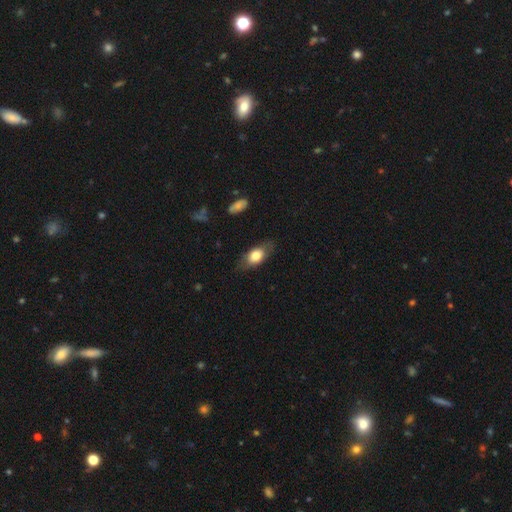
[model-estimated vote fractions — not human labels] A smooth galaxy with no disk features (72%) that is in between round and cigar-shaped (84%). Merging: none (75%).